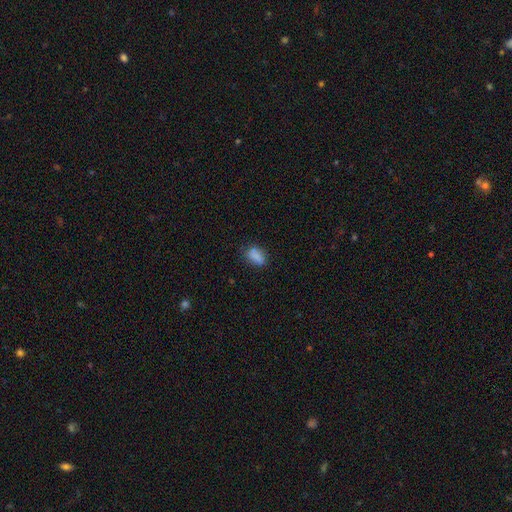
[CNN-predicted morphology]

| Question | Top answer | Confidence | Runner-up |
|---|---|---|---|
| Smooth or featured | smooth | 82% | star or artifact (10%) |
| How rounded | in between | 83% | round (9%) |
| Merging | none | 70% | minor disturbance (22%) |